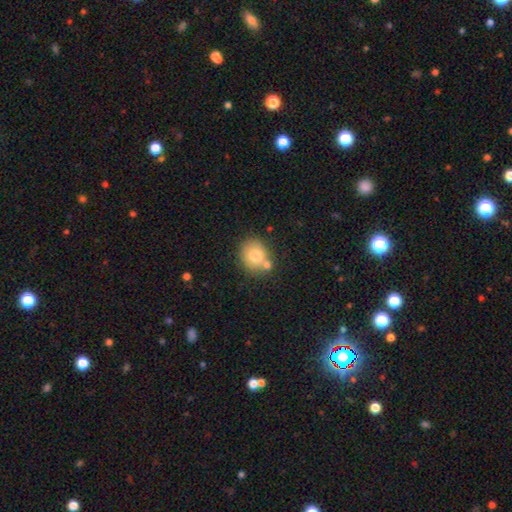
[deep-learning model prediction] Smooth or featured? Predicted: smooth (p=0.76). How rounded? Predicted: round (p=0.67). Merging? Predicted: none (p=0.58).